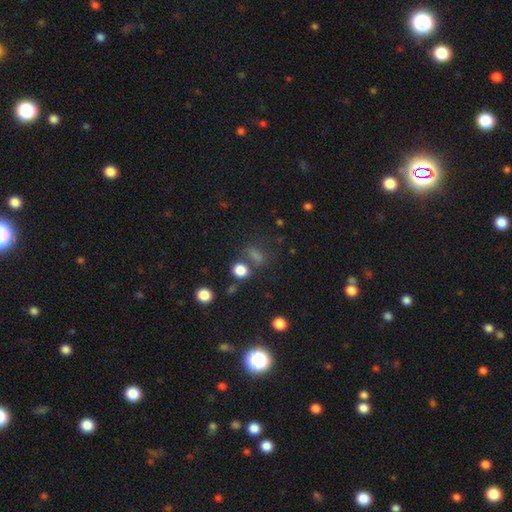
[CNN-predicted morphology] smooth_or_featured: smooth (p=0.55) [alt: star or artifact p=0.36]
how_rounded: in between (p=0.50) [alt: round p=0.45]
merging: none (p=0.66) [alt: merger p=0.13]